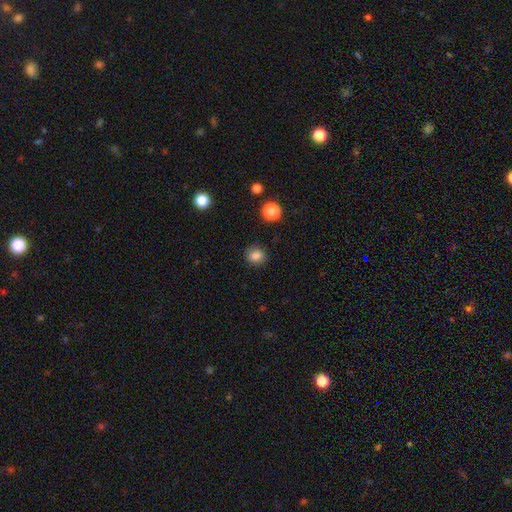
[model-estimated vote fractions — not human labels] Q: Smooth or featured?
A: smooth (84%); runner-up: star or artifact (12%)
Q: How rounded?
A: round (78%); runner-up: in between (21%)
Q: Merging?
A: none (84%); runner-up: minor disturbance (11%)